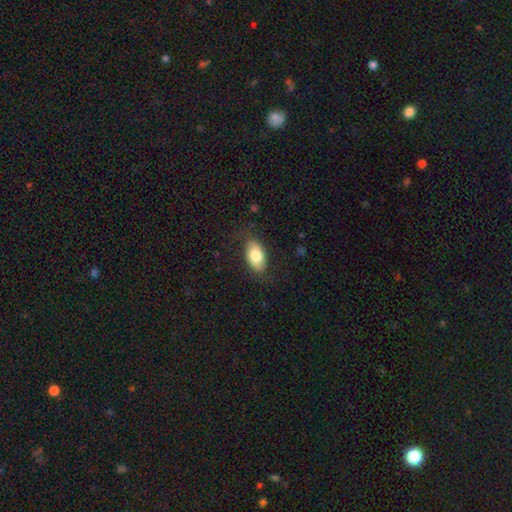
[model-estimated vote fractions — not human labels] A smooth galaxy with no disk features (77%) that is in between round and cigar-shaped (93%). Merging: none (80%).